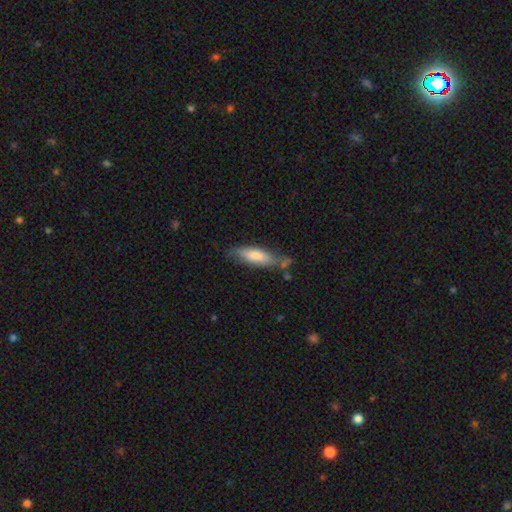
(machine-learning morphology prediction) smooth 73%, featured or disk 21%, star or artifact 6%. Down the decision tree: how rounded — cigar-shaped (50%); merging — none (59%).